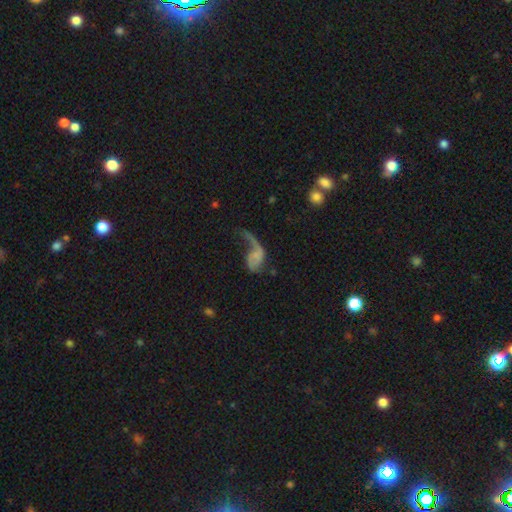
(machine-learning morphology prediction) type=featured or disk (63%); edge-on=no (97%); bar=no (69%); spiral arms=yes (77%); bulge=none (61%); merging=major disturbance (54%).